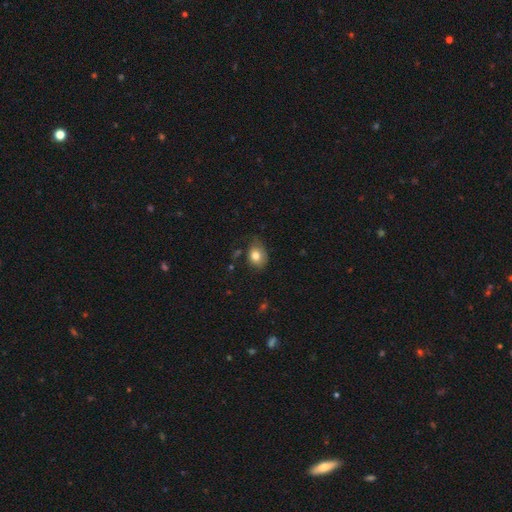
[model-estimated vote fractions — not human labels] Smooth or featured? Predicted: smooth (p=0.78). How rounded? Predicted: in between (p=0.68). Merging? Predicted: none (p=0.55).